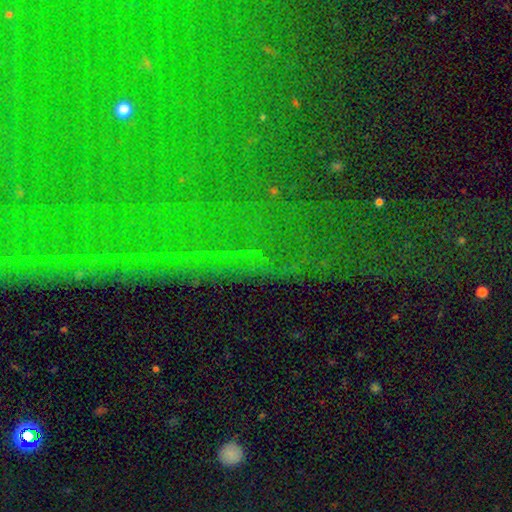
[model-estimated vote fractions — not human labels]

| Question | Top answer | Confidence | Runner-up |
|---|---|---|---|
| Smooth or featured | star or artifact | 81% | smooth (10%) |